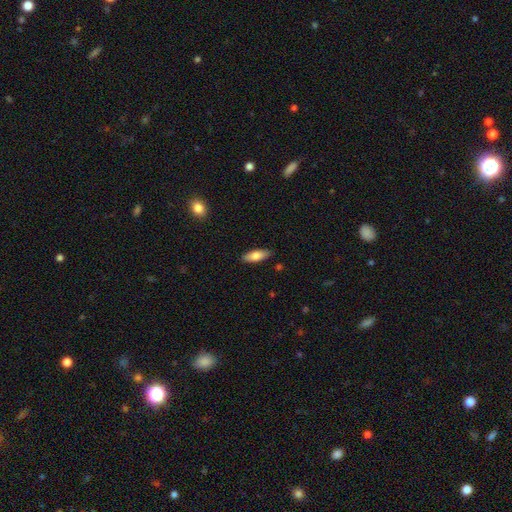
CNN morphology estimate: smooth-or-featured: smooth: 77% | featured or disk: 17% | star or artifact: 6%
  how-rounded: in between: 66% | cigar-shaped: 32% | round: 2%
  merging: none: 87% | minor disturbance: 10% | major disturbance: 2% | merger: 1%